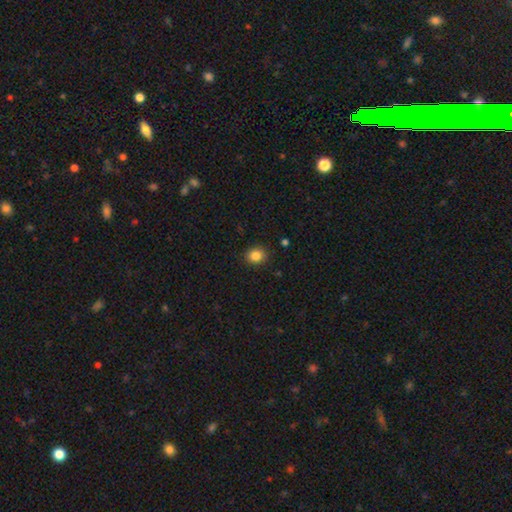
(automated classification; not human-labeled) Smooth or featured? Predicted: smooth (p=0.85). How rounded? Predicted: round (p=0.68). Merging? Predicted: none (p=0.90).